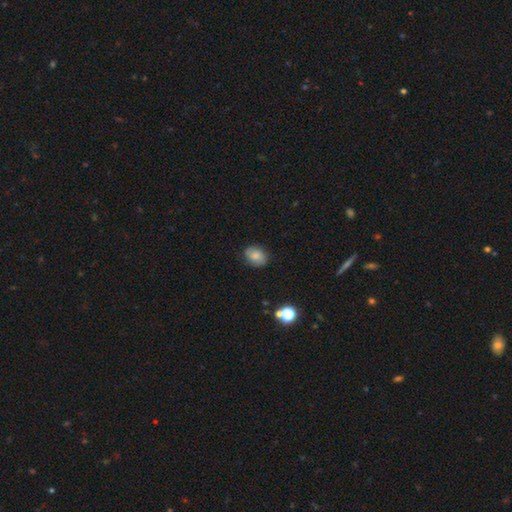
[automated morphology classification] Overall: smooth (76%). How rounded: in between (63%; round 36%). Merging: none (82%).